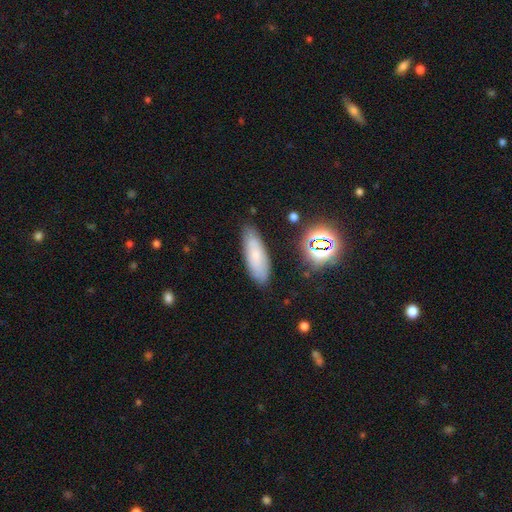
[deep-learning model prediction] Overall: smooth (67%). How rounded: in between (58%; cigar-shaped 40%). Merging: none (82%).